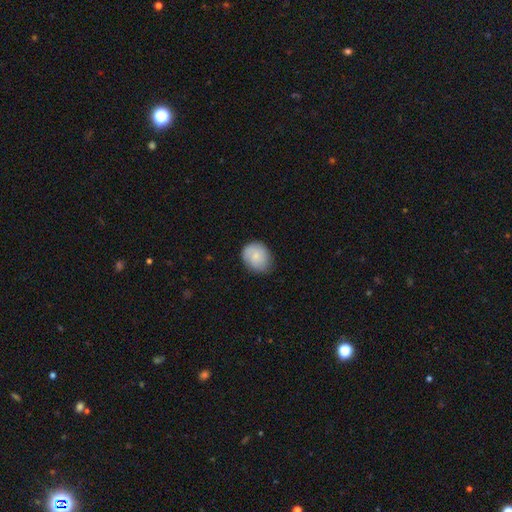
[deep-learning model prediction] A smooth galaxy with no disk features (71%) that is round (67%). Merging: none (74%).